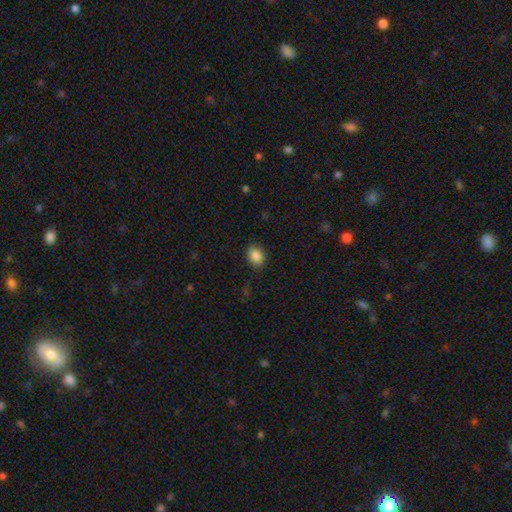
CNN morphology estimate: A smooth galaxy with no disk features (88%) that is in between round and cigar-shaped (57%).

Vote fractions:
- Smooth or featured? smooth: 88% / star or artifact: 9% / featured or disk: 4%
- How rounded? in between: 57% / round: 42% / cigar-shaped: 1%
- Merging? none: 86% / minor disturbance: 10% / major disturbance: 3% / merger: 1%